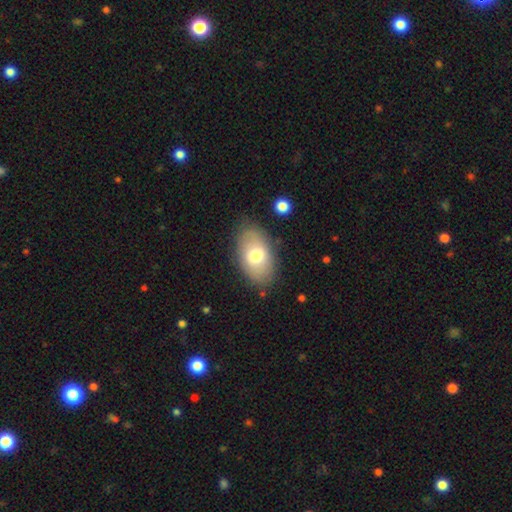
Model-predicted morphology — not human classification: Q: Smooth or featured?
A: smooth (71%); runner-up: featured or disk (22%)
Q: How rounded?
A: in between (92%); runner-up: round (7%)
Q: Merging?
A: none (79%); runner-up: minor disturbance (14%)